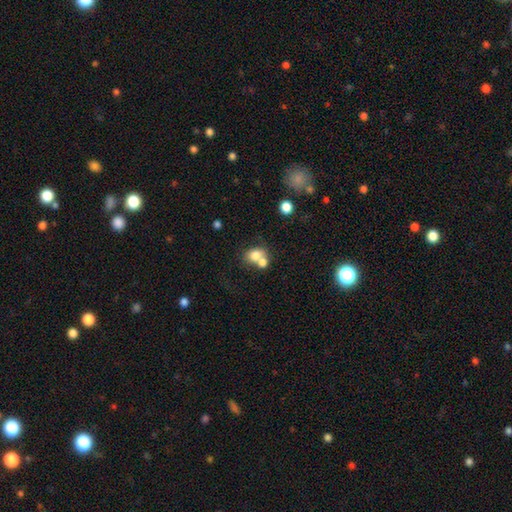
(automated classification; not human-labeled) This is likely a smooth galaxy (75%). How rounded: possibly round (53%). Merging: possibly merger (51%).